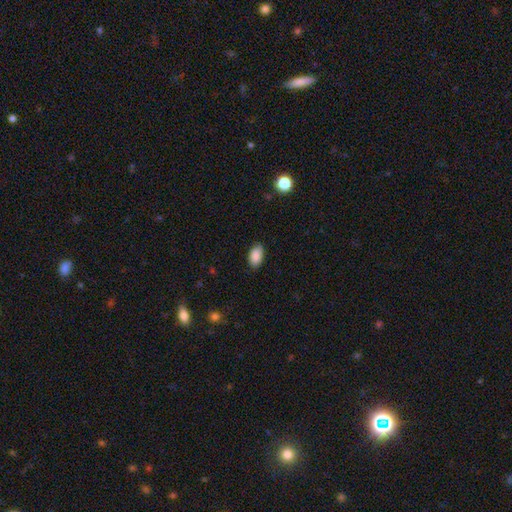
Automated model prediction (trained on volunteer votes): This appears to be a smooth galaxy with no disk features (89%) that is in between round and cigar-shaped (94%). Merging: none (86%).